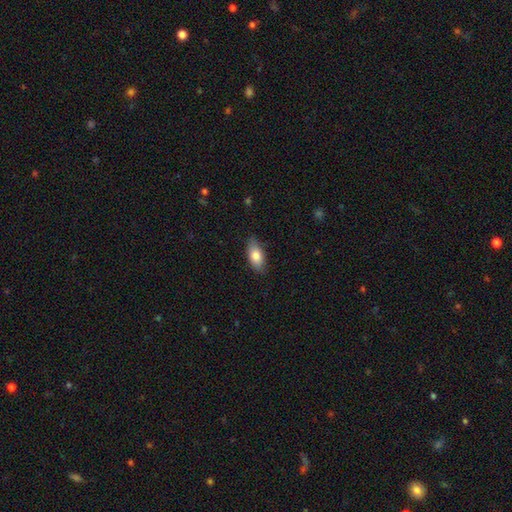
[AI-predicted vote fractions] smooth 81%, featured or disk 12%, star or artifact 6%. Down the decision tree: how rounded — in between (88%); merging — none (83%).